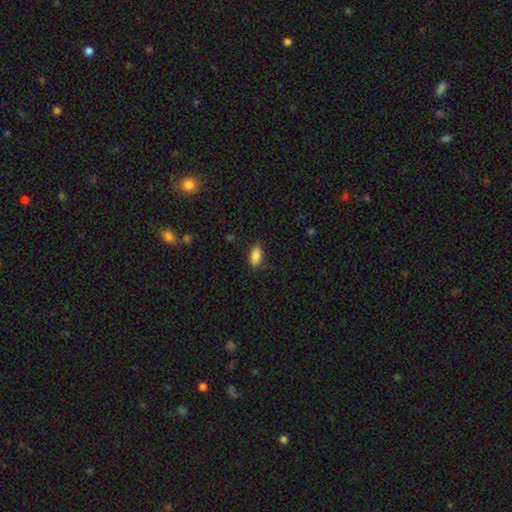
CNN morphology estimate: This appears to be a smooth galaxy with no disk features (87%) that is in between round and cigar-shaped (90%). Merging: none (82%).